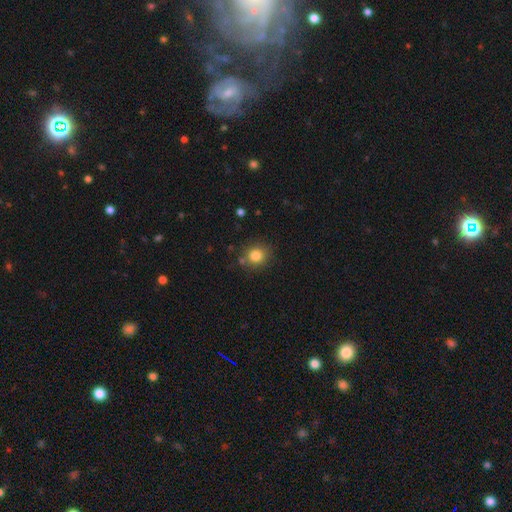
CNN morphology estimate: A smooth galaxy with no disk features (83%) that is round (82%). Merging: none (80%).